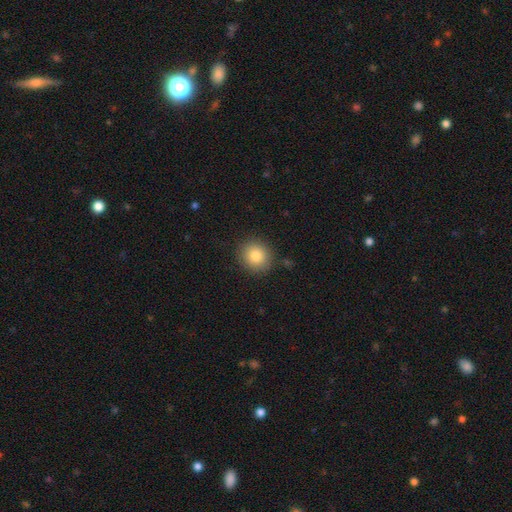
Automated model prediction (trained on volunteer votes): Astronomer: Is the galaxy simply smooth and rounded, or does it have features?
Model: smooth — 84%.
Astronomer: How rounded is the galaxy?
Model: round — 87%.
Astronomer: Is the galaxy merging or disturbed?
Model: none — 89%.